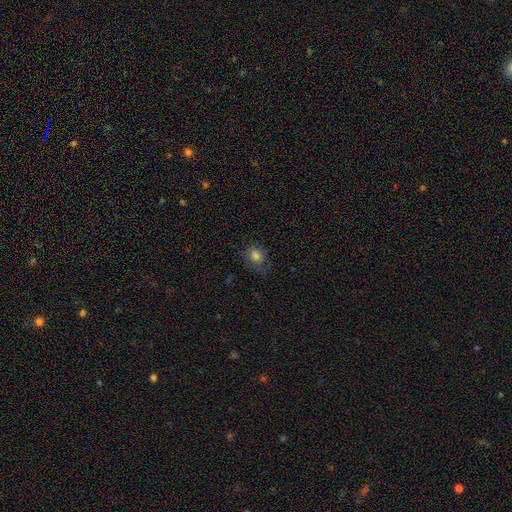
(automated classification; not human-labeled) Smooth or featured: smooth — 76% (star or artifact — 13%)
How rounded: round — 61% (in between — 38%)
Merging: none — 67% (minor disturbance — 22%)